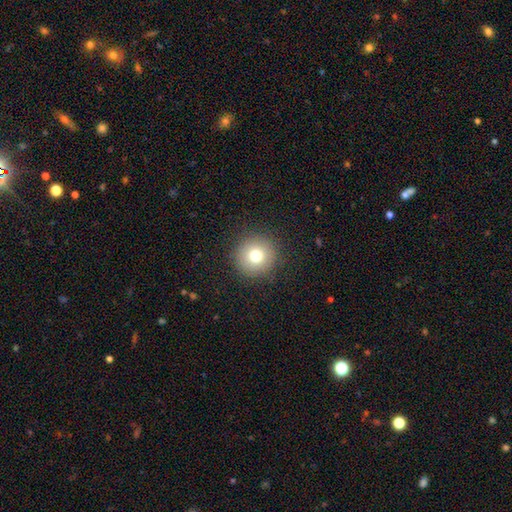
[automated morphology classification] Q: Smooth or featured?
A: smooth (76%); runner-up: star or artifact (13%)
Q: How rounded?
A: round (95%); runner-up: in between (4%)
Q: Merging?
A: none (91%); runner-up: minor disturbance (6%)